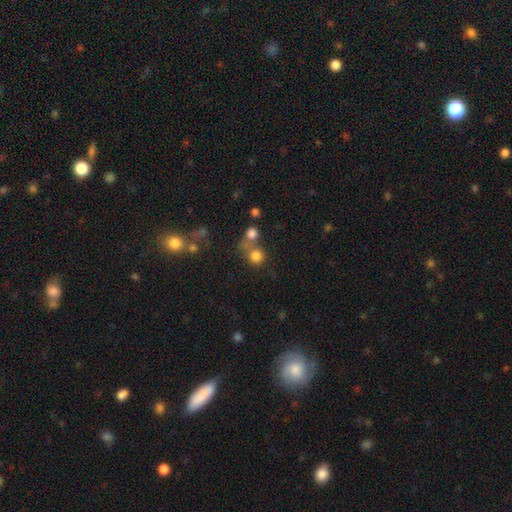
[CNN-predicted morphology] A smooth galaxy with no disk features (78%) that is round (90%).

Vote fractions:
- Smooth or featured? smooth: 78% / star or artifact: 15% / featured or disk: 8%
- How rounded? round: 90% / in between: 9% / cigar-shaped: 1%
- Merging? none: 54% / merger: 32% / minor disturbance: 8% / major disturbance: 6%